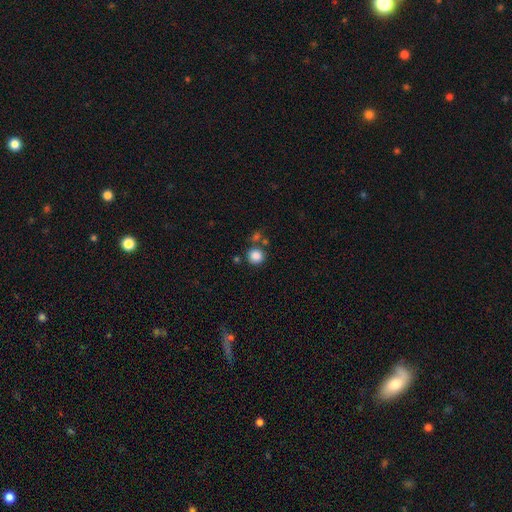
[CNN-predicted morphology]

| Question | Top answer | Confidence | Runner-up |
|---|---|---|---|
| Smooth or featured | smooth | 85% | star or artifact (11%) |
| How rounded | round | 92% | in between (7%) |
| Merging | none | 75% | merger (12%) |